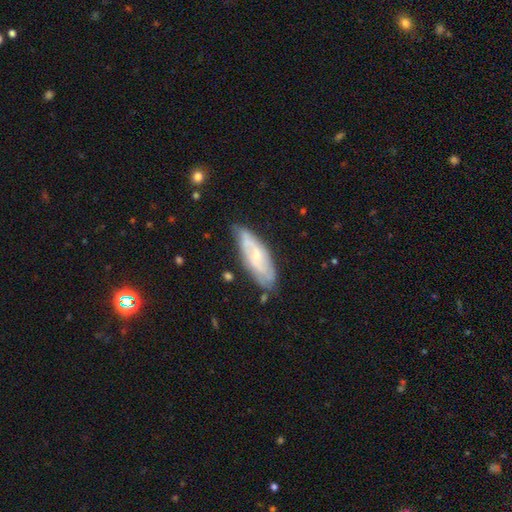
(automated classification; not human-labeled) A featured or disk galaxy (59%). Merging: none (66%).